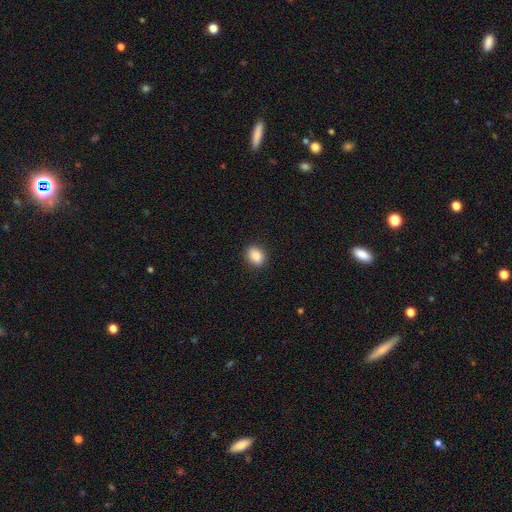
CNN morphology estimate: smooth 87%, star or artifact 8%, featured or disk 5%. Down the decision tree: how rounded — in between (64%); merging — none (89%).